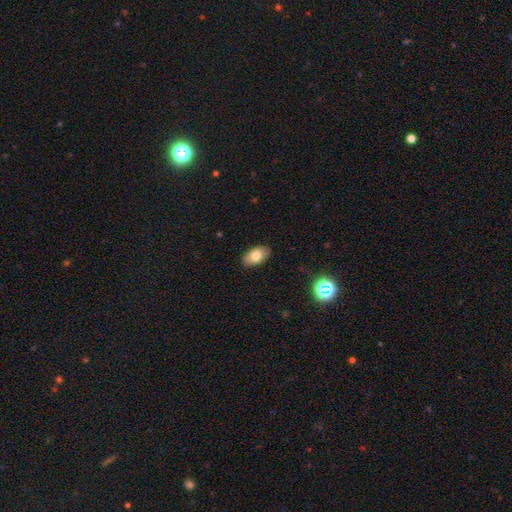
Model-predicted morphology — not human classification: Smooth or featured?
  - smooth: 75% *
  - featured or disk: 17%
  - star or artifact: 8%
How rounded?
  - in between: 92% *
  - round: 6%
  - cigar-shaped: 2%
Merging?
  - none: 87% *
  - minor disturbance: 10%
  - major disturbance: 2%
  - merger: 1%